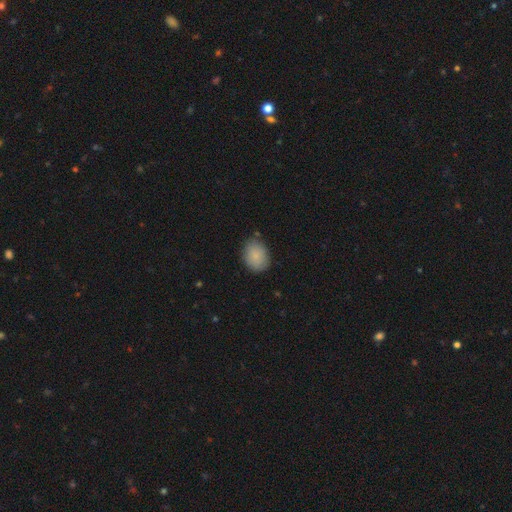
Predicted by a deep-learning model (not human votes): Smooth or featured?
  - smooth: 86% *
  - featured or disk: 7%
  - star or artifact: 7%
How rounded?
  - in between: 64% *
  - round: 35%
  - cigar-shaped: 1%
Merging?
  - none: 79% *
  - minor disturbance: 16%
  - major disturbance: 3%
  - merger: 2%